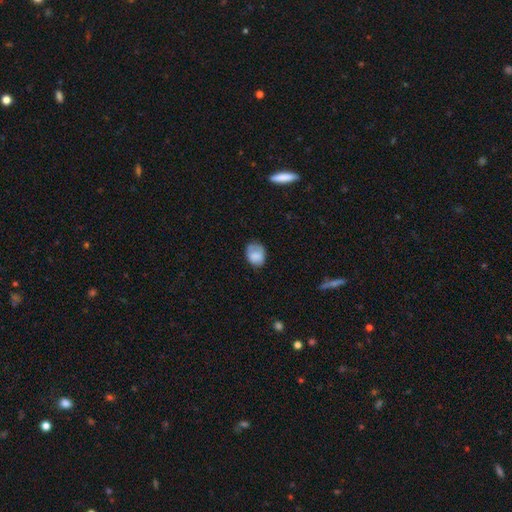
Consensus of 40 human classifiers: Smooth or featured? 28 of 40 (70%) said smooth. How rounded? 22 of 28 (79%) said in between. Merging? 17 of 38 (45%) said none.